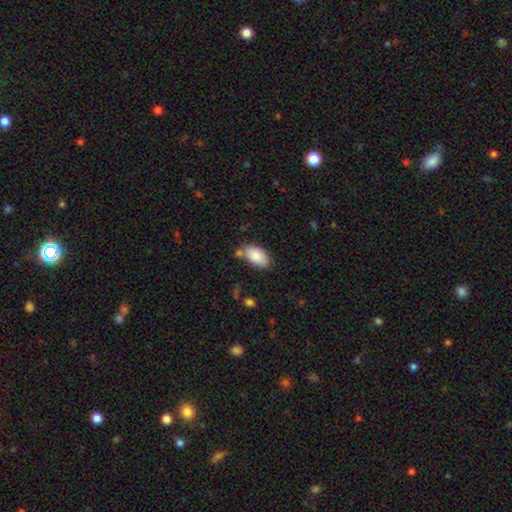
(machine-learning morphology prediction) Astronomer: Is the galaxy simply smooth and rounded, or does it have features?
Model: smooth — 87%.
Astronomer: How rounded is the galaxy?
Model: in between — 95%.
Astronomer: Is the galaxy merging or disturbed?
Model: none — 67%.